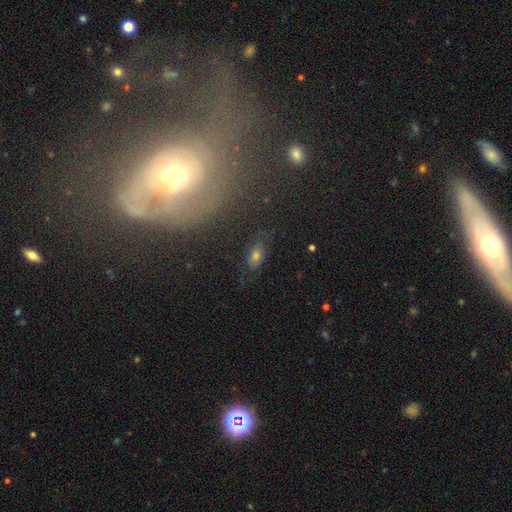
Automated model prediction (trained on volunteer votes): Smooth or featured: smooth — 61% (featured or disk — 22%)
How rounded: in between — 87% (round — 7%)
Merging: none — 77% (minor disturbance — 15%)